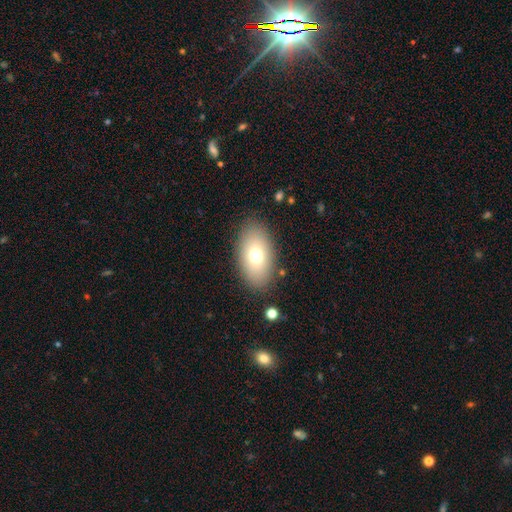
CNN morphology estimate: Overall: smooth (73%). How rounded: in between (92%). Merging: none (85%).